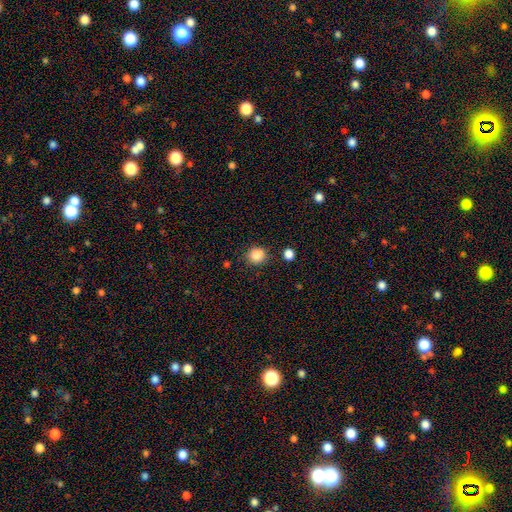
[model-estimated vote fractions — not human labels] Overall: smooth (85%). How rounded: round (83%). Merging: none (77%).